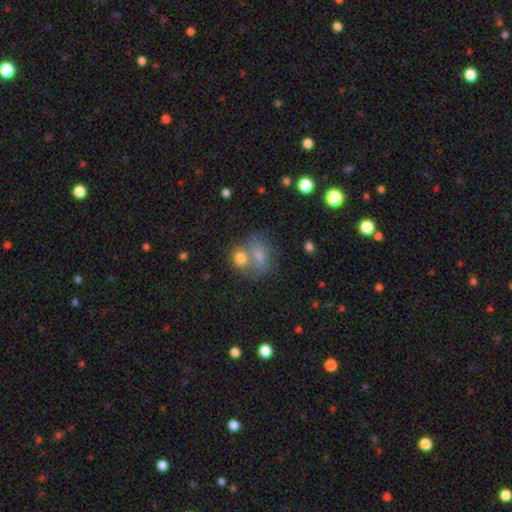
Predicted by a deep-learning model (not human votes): Overall: smooth (62%). How rounded: in between (53%; round 45%). Merging: merger (45%; none 37%).